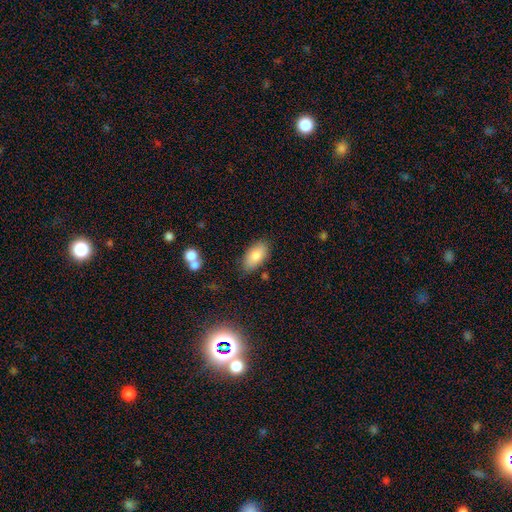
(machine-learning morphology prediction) A smooth galaxy with no disk features (81%) that is in between round and cigar-shaped (93%).

Vote fractions:
- Smooth or featured? smooth: 81% / featured or disk: 12% / star or artifact: 7%
- How rounded? in between: 93% / cigar-shaped: 4% / round: 3%
- Merging? none: 81% / minor disturbance: 13% / merger: 3% / major disturbance: 3%